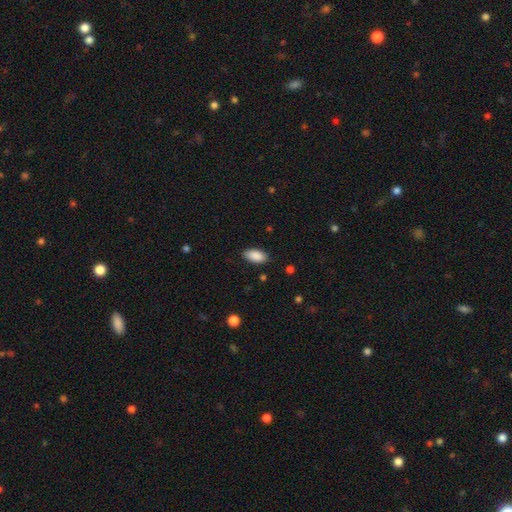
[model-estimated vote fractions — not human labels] This is clearly a smooth galaxy (90%). How rounded: clearly in between (93%). Merging: clearly none (86%).